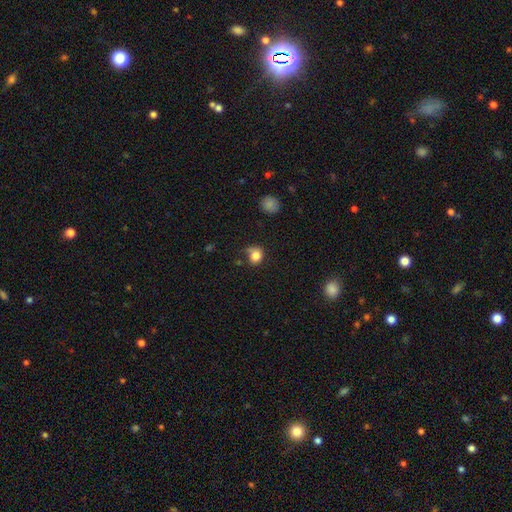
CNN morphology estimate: The model was most divided on "merging": none: 55%, minor disturbance: 27%, major disturbance: 12%, merger: 5%. More confident: smooth or featured — smooth (81%); how rounded — round (79%).